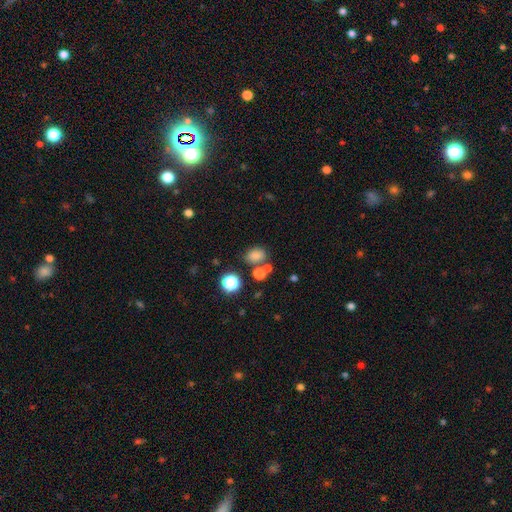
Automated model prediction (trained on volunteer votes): smooth-or-featured: smooth: 78% | star or artifact: 16% | featured or disk: 6%
  how-rounded: in between: 60% | round: 39% | cigar-shaped: 1%
  merging: none: 67% | merger: 16% | minor disturbance: 13% | major disturbance: 5%